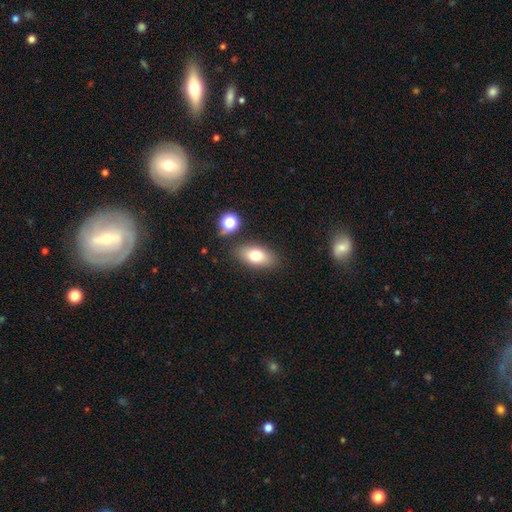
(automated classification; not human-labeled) smooth-or-featured: smooth: 76% | featured or disk: 15% | star or artifact: 9%
  how-rounded: in between: 87% | round: 7% | cigar-shaped: 5%
  merging: none: 82% | minor disturbance: 11% | merger: 4% | major disturbance: 3%